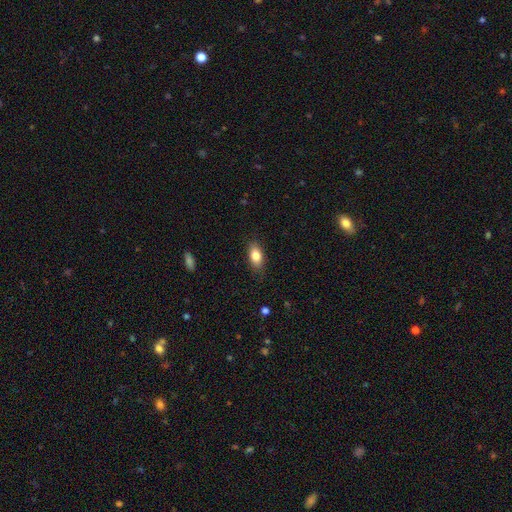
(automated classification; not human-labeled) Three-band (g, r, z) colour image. It shows a smooth galaxy with no disk features (83%) that is in between round and cigar-shaped (88%). Merging: none (83%).